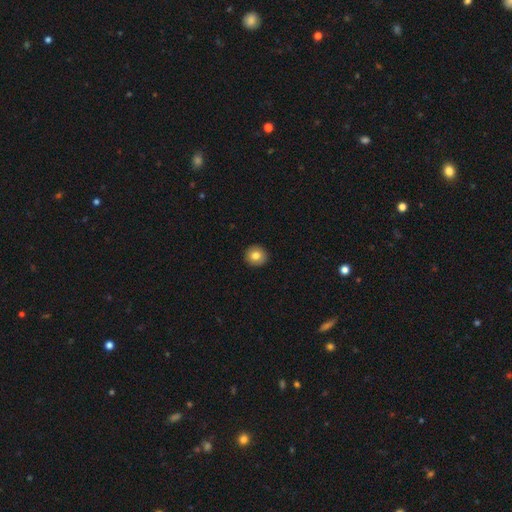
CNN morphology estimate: A smooth galaxy with no disk features (81%) that is round (92%). Merging: none (93%).